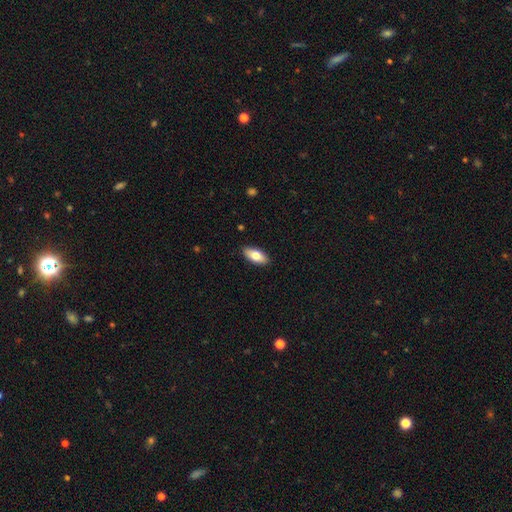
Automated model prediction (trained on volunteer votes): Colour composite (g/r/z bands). It shows a smooth galaxy with no disk features (74%) that is in between round and cigar-shaped (87%). Merging: none (90%).